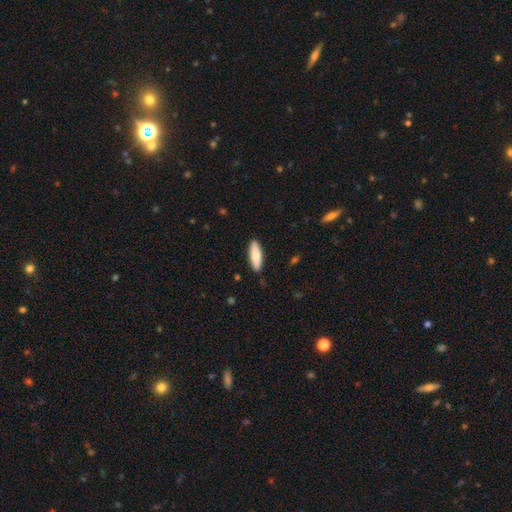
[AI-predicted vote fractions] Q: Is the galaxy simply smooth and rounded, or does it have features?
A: smooth — 79%.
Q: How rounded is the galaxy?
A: in between — 52%.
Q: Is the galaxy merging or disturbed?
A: none — 89%.